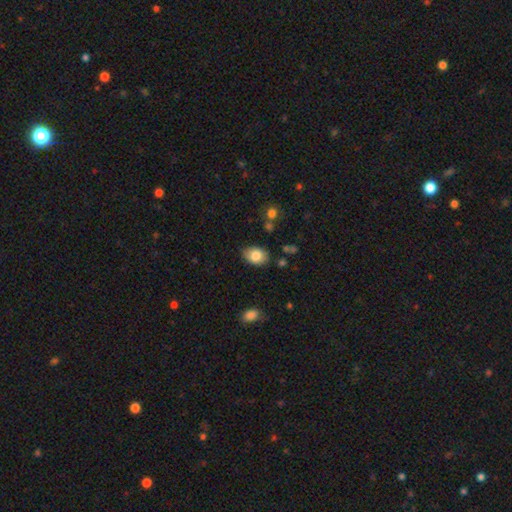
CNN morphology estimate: smooth_or_featured: smooth (p=0.83) [alt: featured or disk p=0.10]
how_rounded: in between (p=0.79) [alt: round p=0.20]
merging: none (p=0.82) [alt: minor disturbance p=0.13]